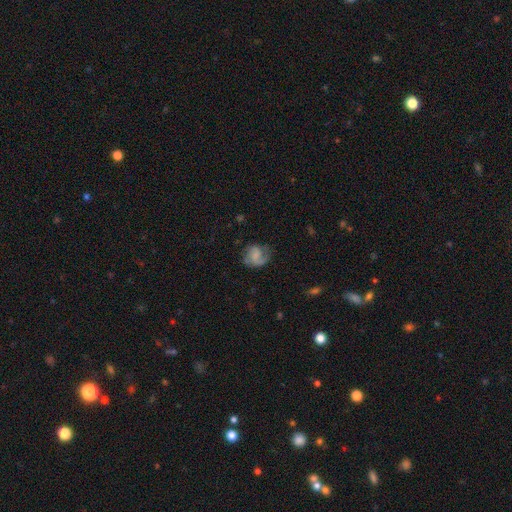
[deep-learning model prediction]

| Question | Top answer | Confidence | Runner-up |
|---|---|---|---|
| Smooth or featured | featured or disk | 52% | smooth (39%) |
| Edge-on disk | no | 98% | yes (2%) |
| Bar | no | 53% | weak (38%) |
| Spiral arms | yes | 87% | no (13%) |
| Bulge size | none | 46% | small (29%) |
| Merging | none | 59% | minor disturbance (23%) |